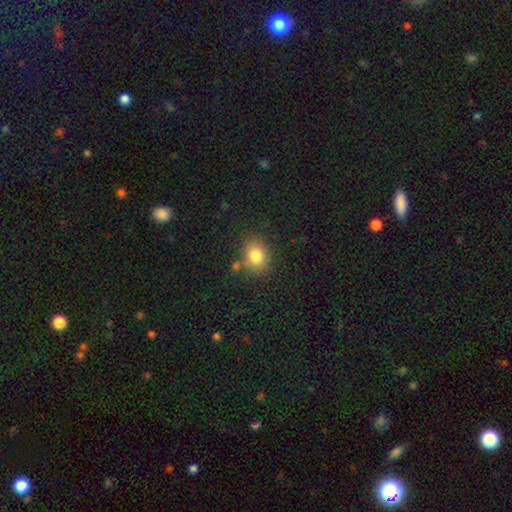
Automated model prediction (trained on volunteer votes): Smooth or featured? Predicted: smooth (p=0.81). How rounded? Predicted: round (p=0.50). Merging? Predicted: none (p=0.73).